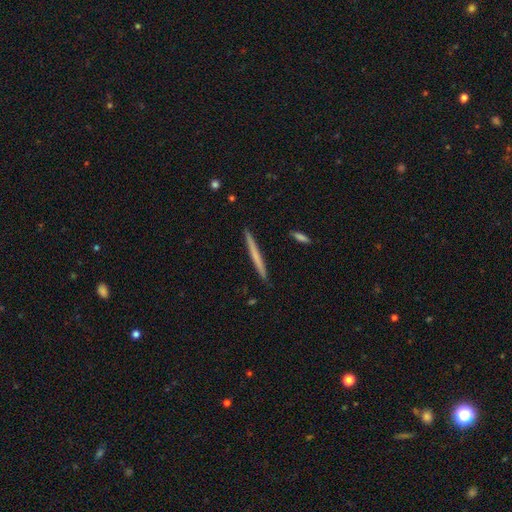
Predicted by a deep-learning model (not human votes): smooth-or-featured: smooth: 53% | featured or disk: 42% | star or artifact: 5%
  how-rounded: cigar-shaped: 97% | in between: 2% | round: 1%
  merging: none: 92% | minor disturbance: 6% | merger: 1% | major disturbance: 1%